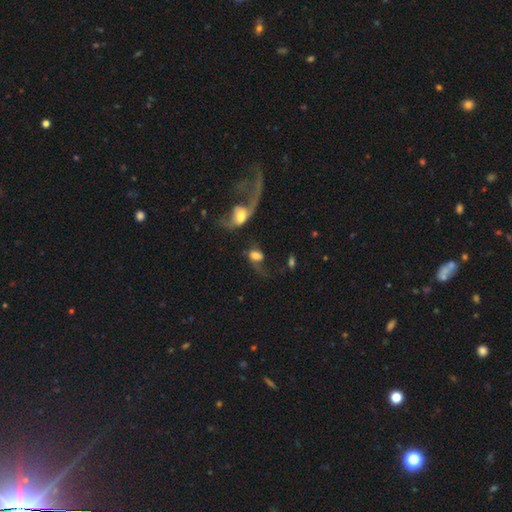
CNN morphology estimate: Smooth or featured: smooth — 51% (featured or disk — 38%)
How rounded: in between — 66% (round — 31%)
Merging: major disturbance — 36% (merger — 35%)